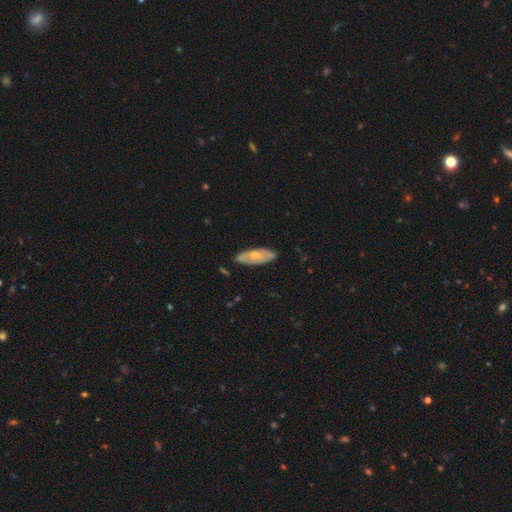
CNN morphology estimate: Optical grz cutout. It shows a featured or disk galaxy (47%, tied with smooth). Merging: none (79%).